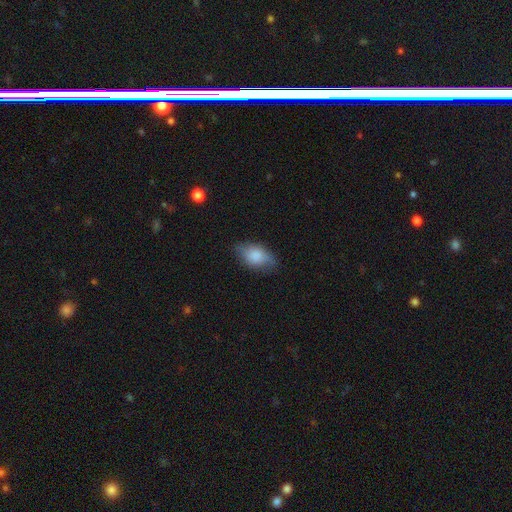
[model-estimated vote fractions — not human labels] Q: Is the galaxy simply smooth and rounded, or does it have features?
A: smooth — 78%.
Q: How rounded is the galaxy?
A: in between — 89%.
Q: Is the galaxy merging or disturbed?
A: none — 68%.